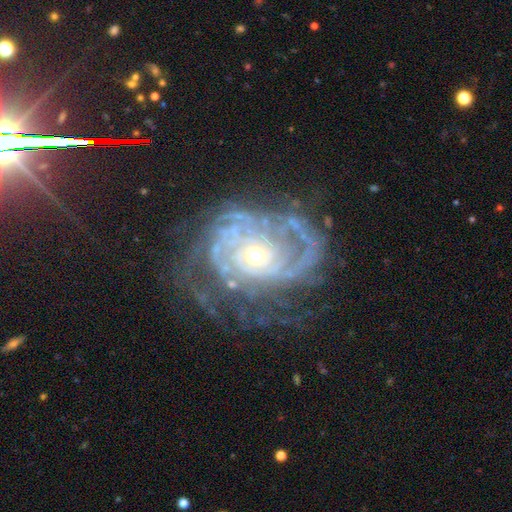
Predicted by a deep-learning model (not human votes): This appears to be a featured or disk galaxy (89%) with no bar (81%), tight (69%) spiral arms (95%) and a moderate central bulge (53%). Merging: none (59%).